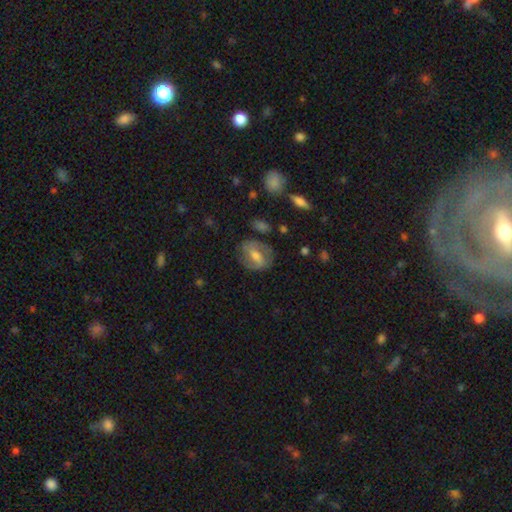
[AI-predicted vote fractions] Smooth or featured: featured or disk — 61% (smooth — 32%)
Edge-on disk: no — 95% (yes — 5%)
Bar: weak — 44% (strong — 35%)
Spiral arms: yes — 79% (no — 21%)
Bulge size: moderate — 51% (small — 32%)
Merging: none — 70% (minor disturbance — 18%)